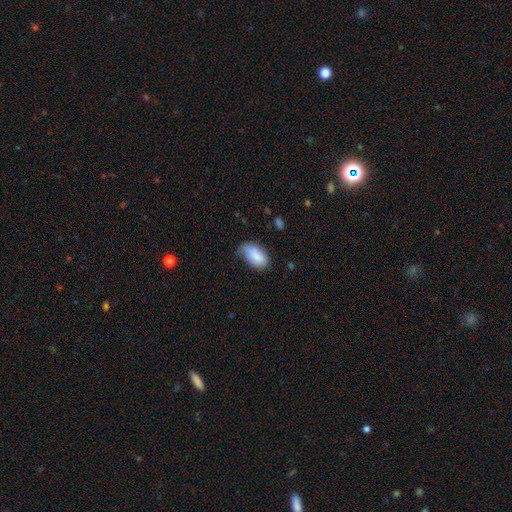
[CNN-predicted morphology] The model was most divided on "merging": none: 46%, minor disturbance: 41%, major disturbance: 11%, merger: 3%. More confident: how rounded — in between (94%); smooth or featured — smooth (84%).